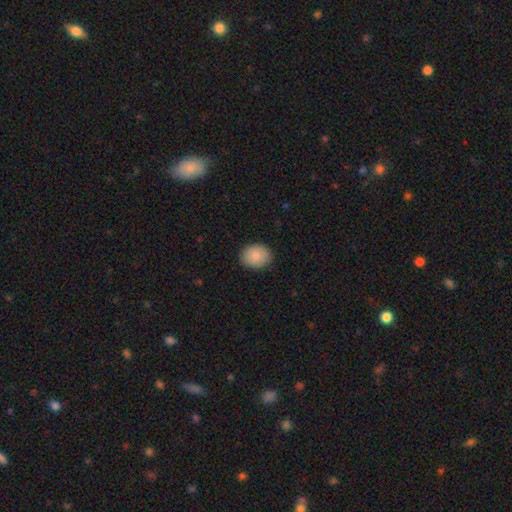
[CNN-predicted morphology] The model was most divided on "how rounded": in between: 56%, round: 43%, cigar-shaped: 1%. More confident: merging — none (87%); smooth or featured — smooth (87%).